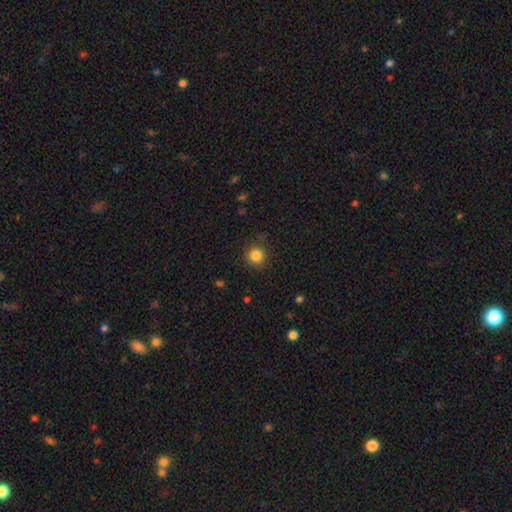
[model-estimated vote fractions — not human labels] Smooth or featured: smooth — 84% (star or artifact — 11%)
How rounded: round — 94% (in between — 5%)
Merging: none — 89% (minor disturbance — 7%)